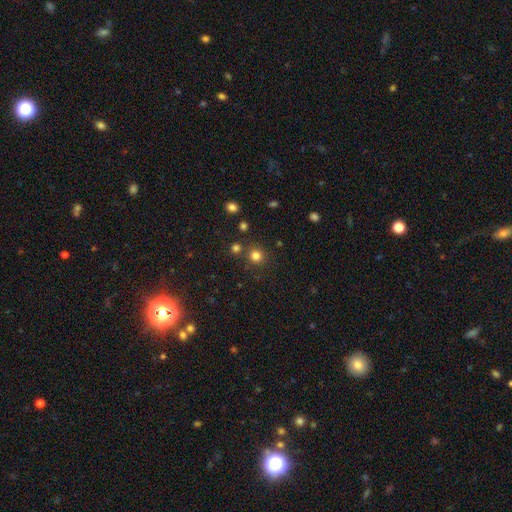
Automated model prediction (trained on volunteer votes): A smooth galaxy with no disk features (79%) that is round (91%). Merging: none (80%).